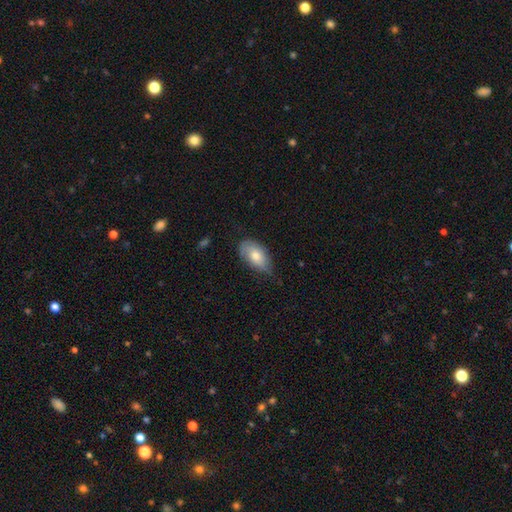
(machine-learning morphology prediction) smooth_or_featured: smooth (p=0.71) [alt: featured or disk p=0.23]
how_rounded: in between (p=0.93) [alt: round p=0.05]
merging: none (p=0.57) [alt: minor disturbance p=0.36]